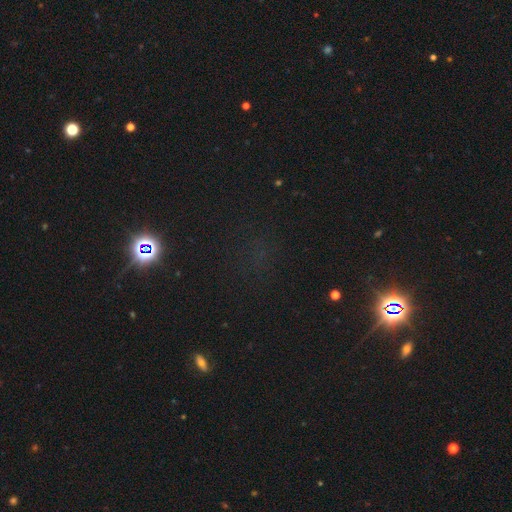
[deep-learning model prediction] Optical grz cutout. It shows a star or artifact, not a galaxy (71%).